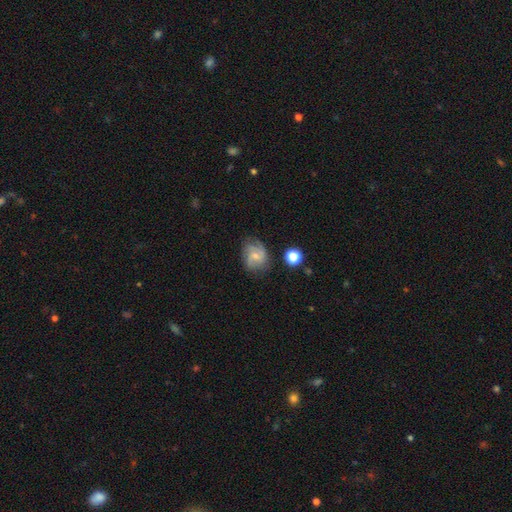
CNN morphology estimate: Overall: featured or disk (68%). Edge-on disk: no (98%). Bar: no (54%; weak 39%). Spiral arms: yes (92%). Spiral arm count: 2 (38%; 3 29%). Spiral winding: medium (46%; tight 32%). Bulge size: small (62%; moderate 31%). Merging: none (69%).